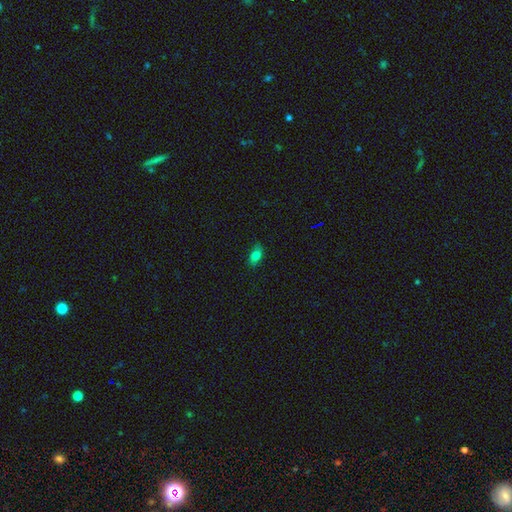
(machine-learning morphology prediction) smooth 76%, featured or disk 12%, star or artifact 11%. Down the decision tree: how rounded — in between (83%); merging — none (80%).